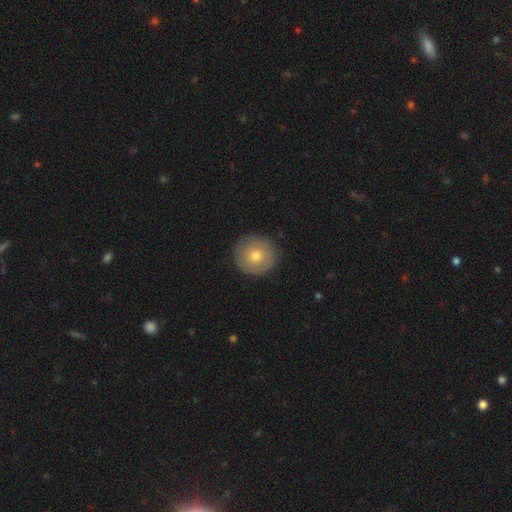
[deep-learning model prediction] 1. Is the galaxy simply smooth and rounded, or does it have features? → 65% smooth, 27% featured or disk, 8% star or artifact.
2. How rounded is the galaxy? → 95% round, 4% in between, 1% cigar-shaped.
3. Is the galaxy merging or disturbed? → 89% none, 8% minor disturbance, 2% major disturbance, 1% merger.